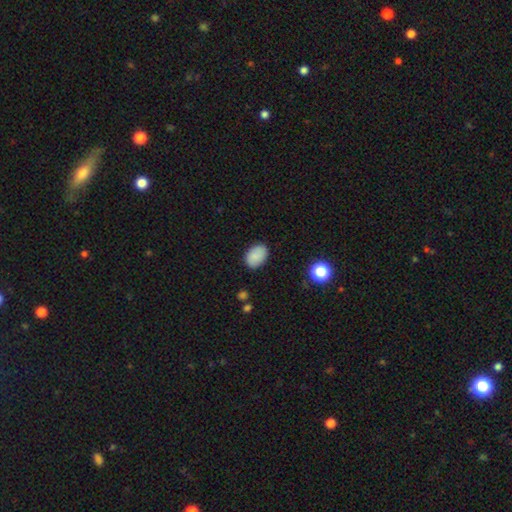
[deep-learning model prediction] Smooth or featured? Predicted: smooth (p=0.87). How rounded? Predicted: in between (p=0.84). Merging? Predicted: none (p=0.85).